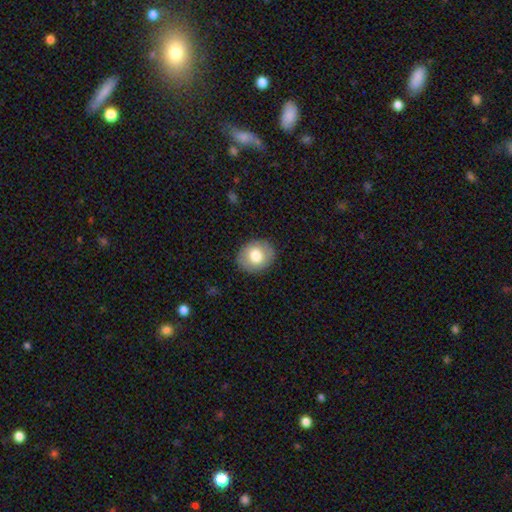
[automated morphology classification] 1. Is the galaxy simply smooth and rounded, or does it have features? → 76% smooth, 16% featured or disk, 7% star or artifact.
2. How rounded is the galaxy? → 62% round, 37% in between, 1% cigar-shaped.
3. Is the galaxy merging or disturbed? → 88% none, 8% minor disturbance, 2% major disturbance, 1% merger.